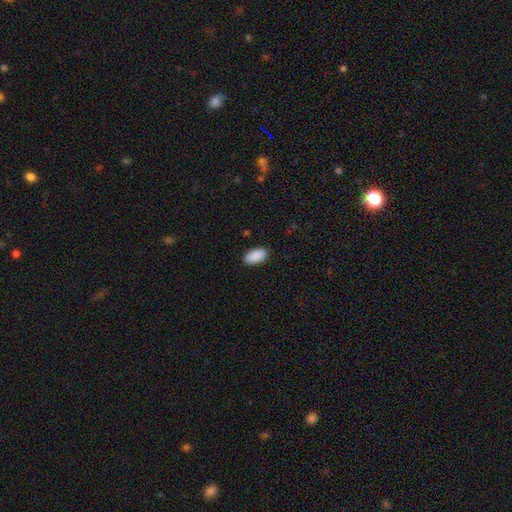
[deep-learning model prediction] smooth-or-featured: smooth: 91% | star or artifact: 6% | featured or disk: 2%
  how-rounded: in between: 95% | round: 3% | cigar-shaped: 2%
  merging: none: 88% | minor disturbance: 9% | major disturbance: 2% | merger: 1%